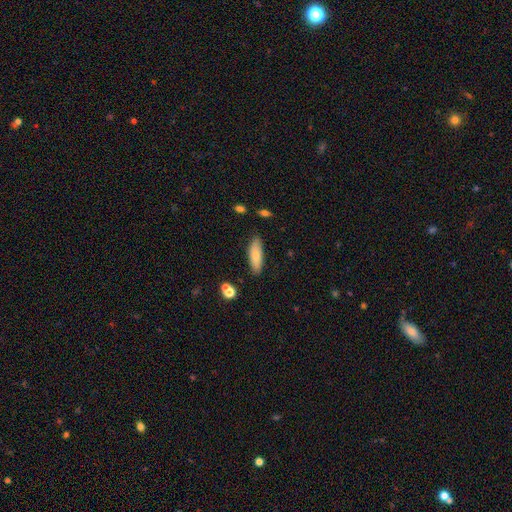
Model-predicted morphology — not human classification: smooth-or-featured: smooth: 77% | featured or disk: 16% | star or artifact: 7%
  how-rounded: in between: 56% | cigar-shaped: 42% | round: 2%
  merging: none: 85% | minor disturbance: 11% | major disturbance: 2% | merger: 2%